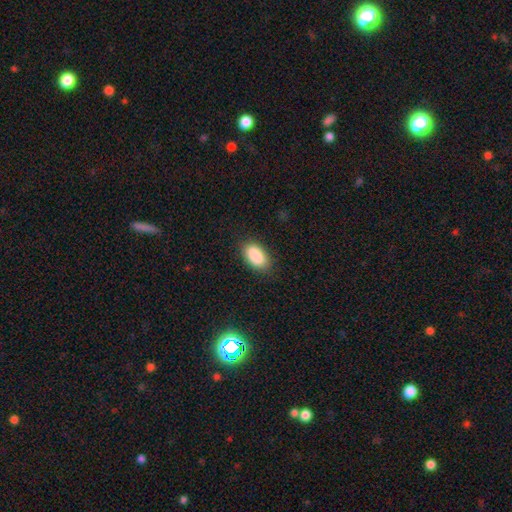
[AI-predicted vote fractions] smooth-or-featured: smooth: 90% | star or artifact: 7% | featured or disk: 4%
  how-rounded: in between: 94% | round: 4% | cigar-shaped: 3%
  merging: none: 86% | minor disturbance: 11% | major disturbance: 2% | merger: 1%